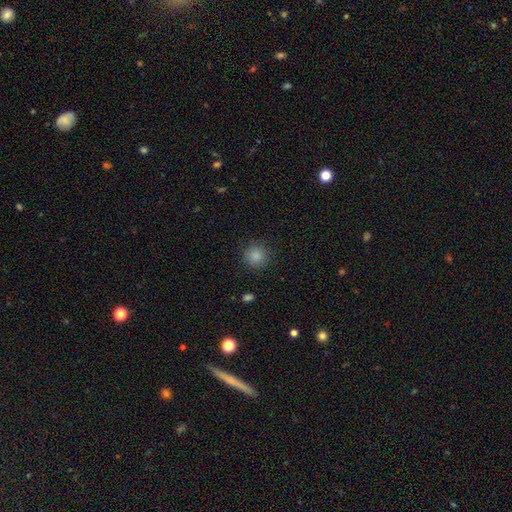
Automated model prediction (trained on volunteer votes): Morphology: type=smooth (86%); roundness=round (93%); merging=none (89%).